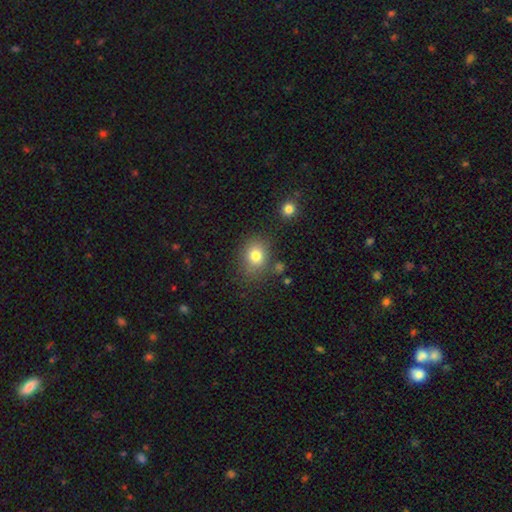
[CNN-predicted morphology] This appears to be a smooth galaxy with no disk features (79%) that is round (58%). Merging: none (77%).